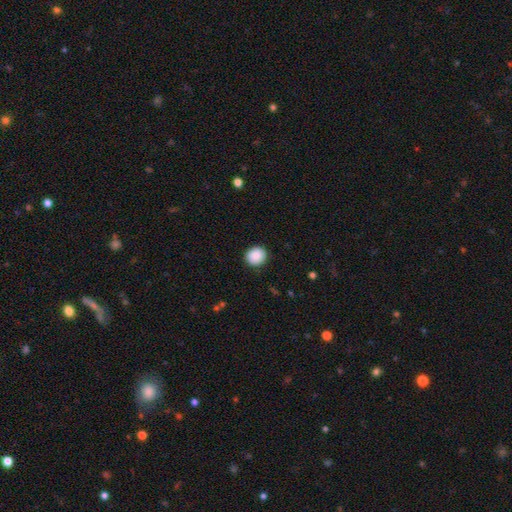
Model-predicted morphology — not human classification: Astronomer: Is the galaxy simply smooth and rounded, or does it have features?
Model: smooth — 88%.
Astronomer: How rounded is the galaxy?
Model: round — 82%.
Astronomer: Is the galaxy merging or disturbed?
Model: none — 90%.